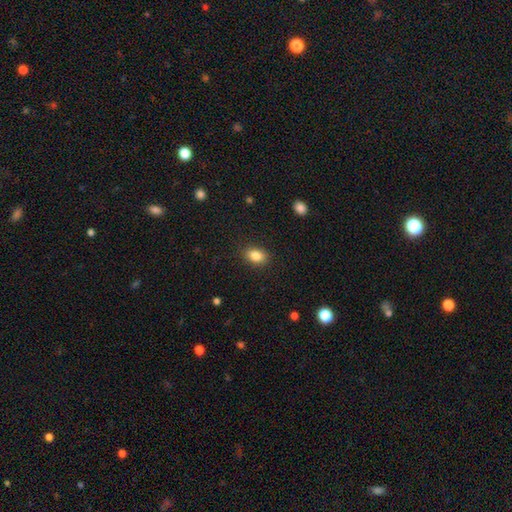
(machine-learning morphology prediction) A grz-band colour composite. It shows a smooth galaxy with no disk features (85%) that is in between round and cigar-shaped (79%). Merging: none (87%).